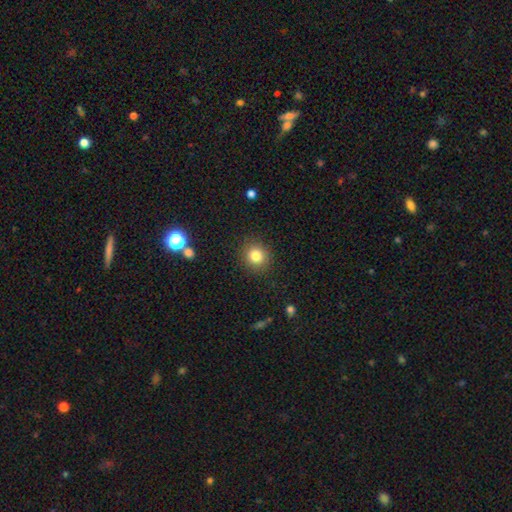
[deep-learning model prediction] A smooth galaxy with no disk features (82%) that is round (88%). Merging: none (90%).